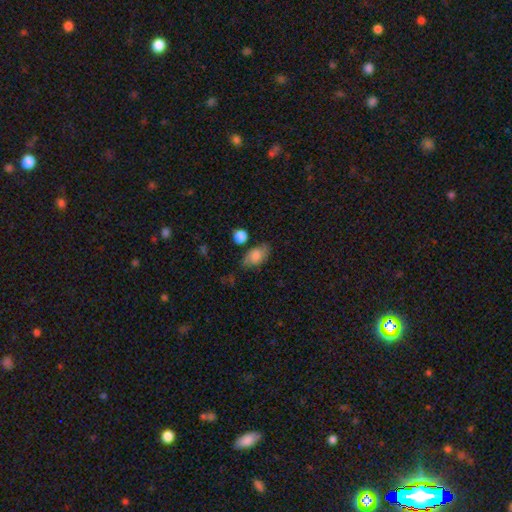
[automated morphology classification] This appears to be a smooth galaxy with no disk features (72%) that is in between round and cigar-shaped (88%). Merging: none (64%).